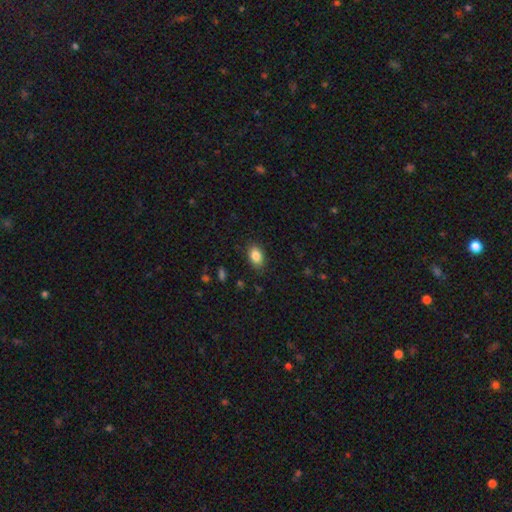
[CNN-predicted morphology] Smooth or featured?
  - smooth: 85% *
  - star or artifact: 8%
  - featured or disk: 6%
How rounded?
  - in between: 87% *
  - round: 11%
  - cigar-shaped: 2%
Merging?
  - none: 86% *
  - minor disturbance: 10%
  - major disturbance: 3%
  - merger: 1%